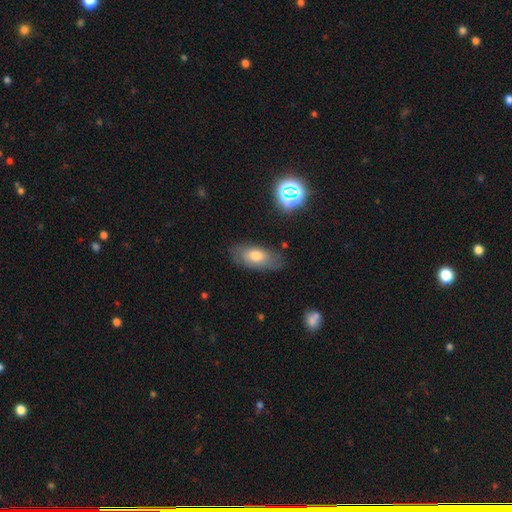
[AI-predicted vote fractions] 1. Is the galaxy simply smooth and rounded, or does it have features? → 66% smooth, 25% featured or disk, 9% star or artifact.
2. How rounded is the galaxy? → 88% in between, 8% cigar-shaped, 4% round.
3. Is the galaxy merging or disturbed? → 74% none, 19% minor disturbance, 5% major disturbance, 2% merger.